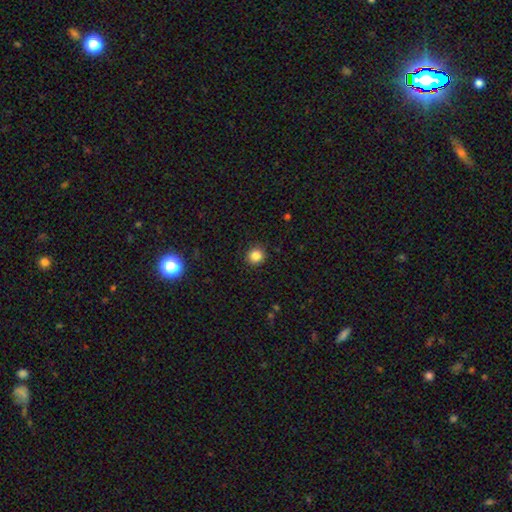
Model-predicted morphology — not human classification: Smooth or featured? smooth (85%)
How rounded? round (91%)
Merging? none (92%)